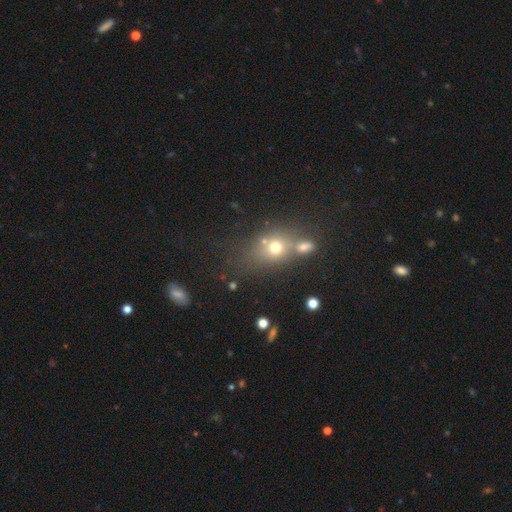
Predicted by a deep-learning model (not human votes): This is possibly a smooth galaxy (50%). How rounded: possibly round (60%). Merging: possibly none (51%).